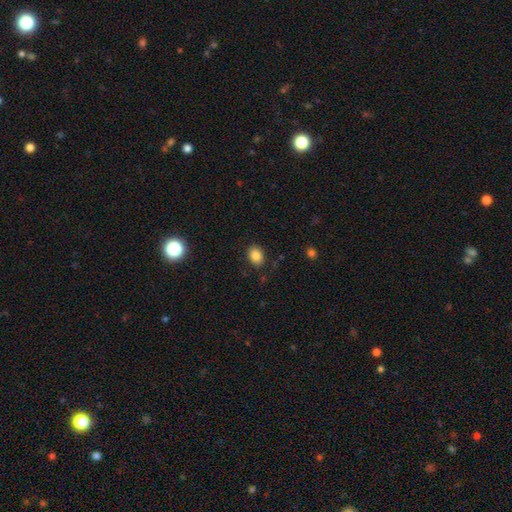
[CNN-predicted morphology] This appears to be a smooth galaxy with no disk features (84%) that is in between round and cigar-shaped (66%). Merging: none (85%).